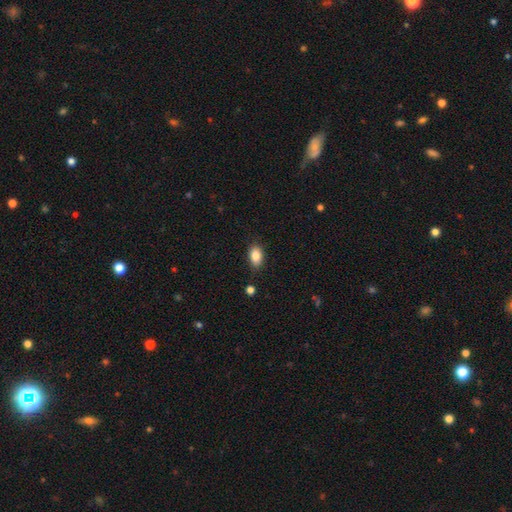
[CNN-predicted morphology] Smooth or featured? Predicted: smooth (p=0.85). How rounded? Predicted: in between (p=0.87). Merging? Predicted: none (p=0.83).